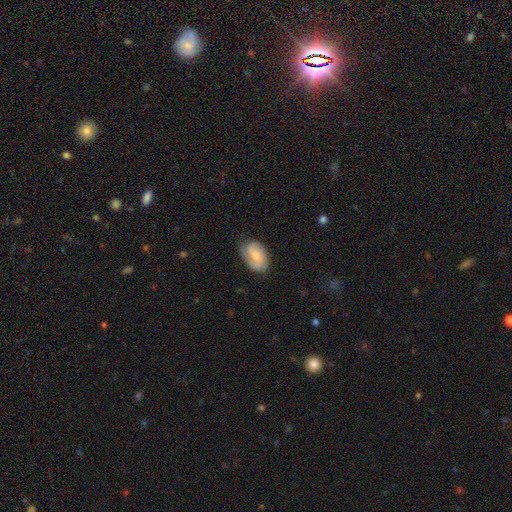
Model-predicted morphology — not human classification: This is possibly a featured or disk galaxy (49%). Merging: likely none (68%).